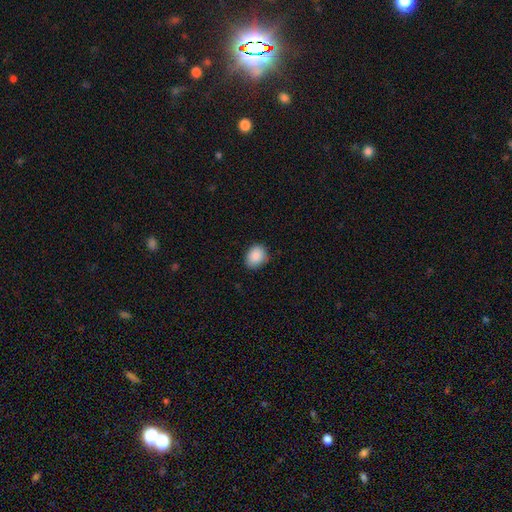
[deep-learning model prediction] The model was most divided on "how rounded": in between: 54%, round: 45%, cigar-shaped: 1%. More confident: smooth or featured — smooth (89%); merging — none (80%).